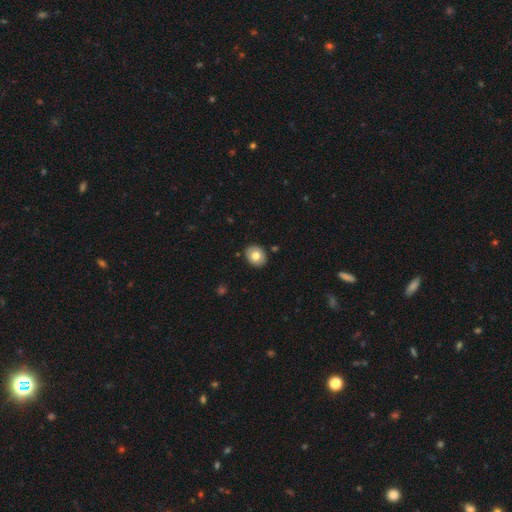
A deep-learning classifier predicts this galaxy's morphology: smooth_or_featured: smooth (p=0.72) [alt: featured or disk p=0.20]
how_rounded: round (p=0.53) [alt: in between p=0.46]
merging: none (p=0.88) [alt: minor disturbance p=0.08]